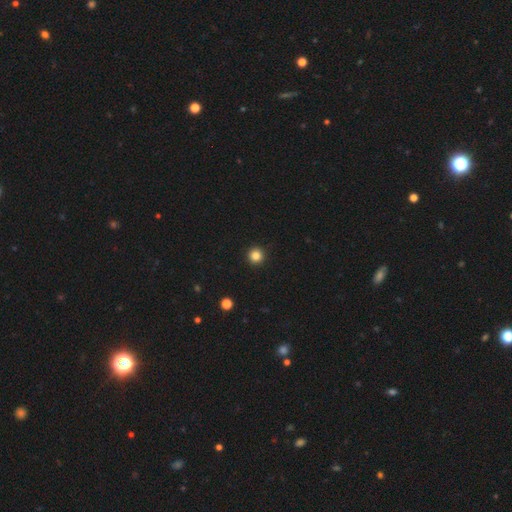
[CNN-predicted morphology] smooth_or_featured: smooth (p=0.85) [alt: star or artifact p=0.11]
how_rounded: round (p=0.96) [alt: in between p=0.03]
merging: none (p=0.94) [alt: minor disturbance p=0.04]